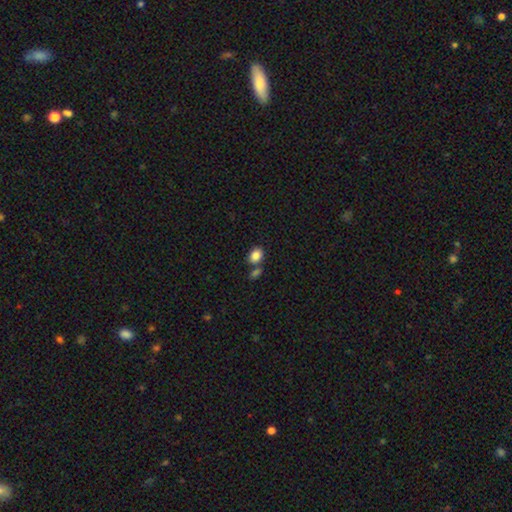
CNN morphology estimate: Overall: smooth (86%). How rounded: in between (64%; round 35%). Merging: none (59%; merger 26%).